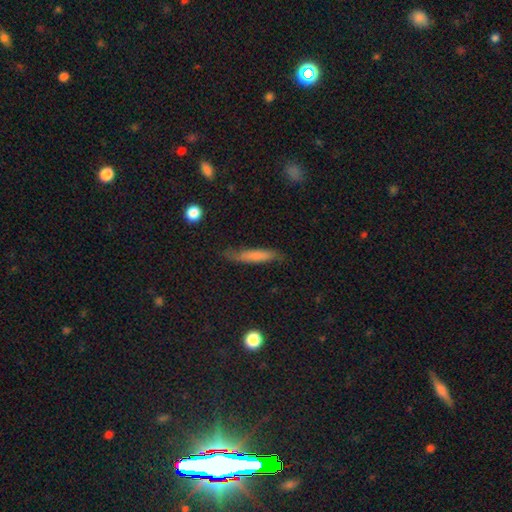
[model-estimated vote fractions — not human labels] Q: Smooth or featured?
A: smooth (71%); runner-up: featured or disk (22%)
Q: How rounded?
A: cigar-shaped (87%); runner-up: in between (11%)
Q: Merging?
A: none (71%); runner-up: minor disturbance (22%)